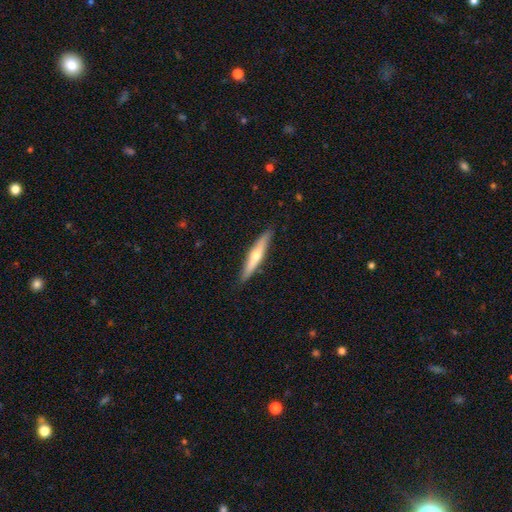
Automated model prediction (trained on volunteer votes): smooth_or_featured: featured or disk (p=0.54) [alt: smooth p=0.40]
disk_edge_on: yes (p=0.94) [alt: no p=0.06]
edge_on_bulge: rounded (p=0.87) [alt: none p=0.10]
merging: none (p=0.89) [alt: minor disturbance p=0.08]